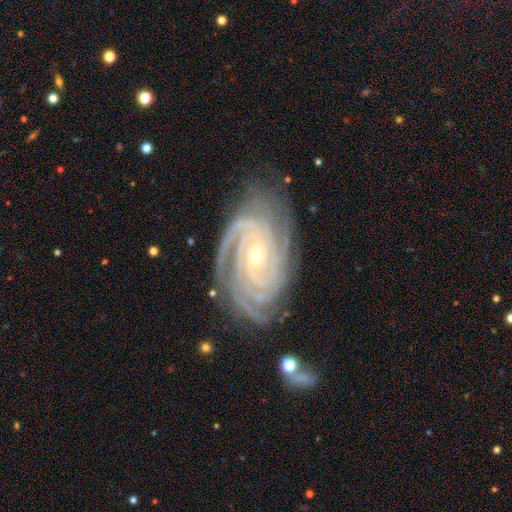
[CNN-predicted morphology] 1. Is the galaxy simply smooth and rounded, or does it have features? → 92% featured or disk, 5% star or artifact, 3% smooth.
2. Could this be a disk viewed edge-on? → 97% no, 3% yes.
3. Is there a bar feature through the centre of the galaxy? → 45% no, 36% weak, 19% strong.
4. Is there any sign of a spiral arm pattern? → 99% yes, 1% no.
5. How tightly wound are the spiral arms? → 81% tight, 17% medium, 2% loose.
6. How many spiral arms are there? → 37% 4, 21% 3, 14% more than 4, 12% can't tell, 9% 2, 6% 1.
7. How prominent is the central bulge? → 68% small, 30% moderate, 1% large, 1% none, 1% dominant.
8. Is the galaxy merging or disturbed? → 78% none, 16% minor disturbance, 4% major disturbance, 2% merger.